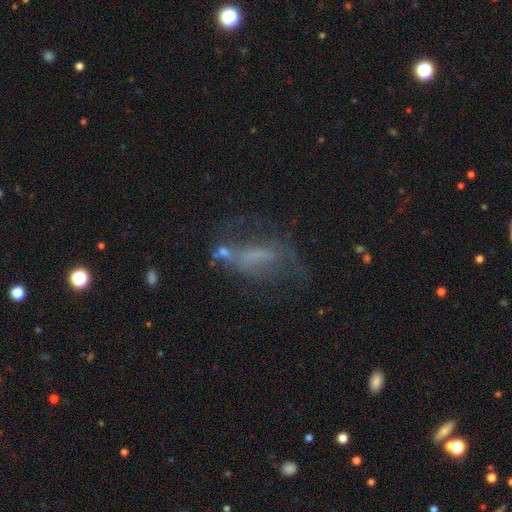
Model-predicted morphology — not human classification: A featured or disk galaxy (50%).

Vote fractions:
- Smooth or featured? featured or disk: 50% / smooth: 33% / star or artifact: 17%
- Merging? none: 36% / major disturbance: 35% / minor disturbance: 20% / merger: 8%